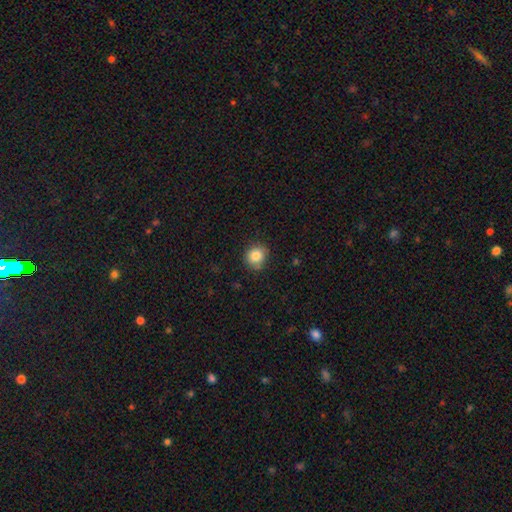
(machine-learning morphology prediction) A smooth galaxy with no disk features (85%) that is round (86%). Merging: none (82%).